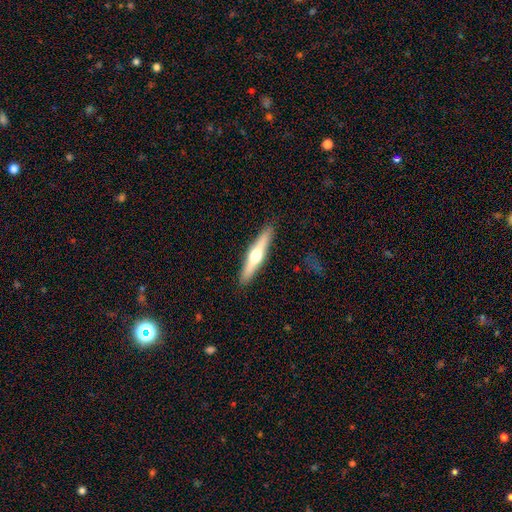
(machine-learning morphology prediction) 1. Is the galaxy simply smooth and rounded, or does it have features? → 59% featured or disk, 36% smooth, 5% star or artifact.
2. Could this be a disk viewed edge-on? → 95% yes, 5% no.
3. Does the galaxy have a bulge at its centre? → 93% rounded, 4% none, 3% boxy.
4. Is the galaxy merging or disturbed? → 90% none, 7% minor disturbance, 2% major disturbance, 1% merger.